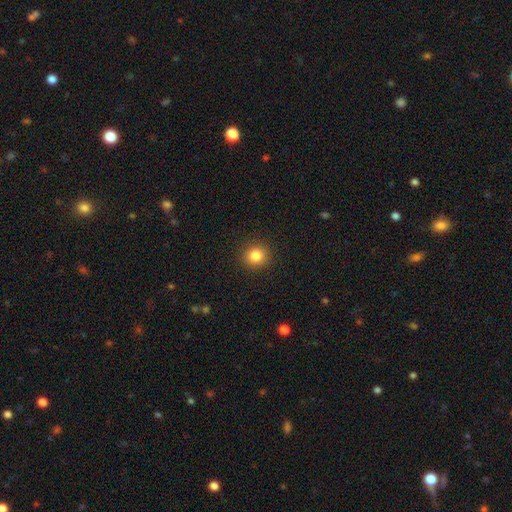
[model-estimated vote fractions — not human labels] A smooth galaxy with no disk features (84%) that is round (88%). Merging: none (91%).